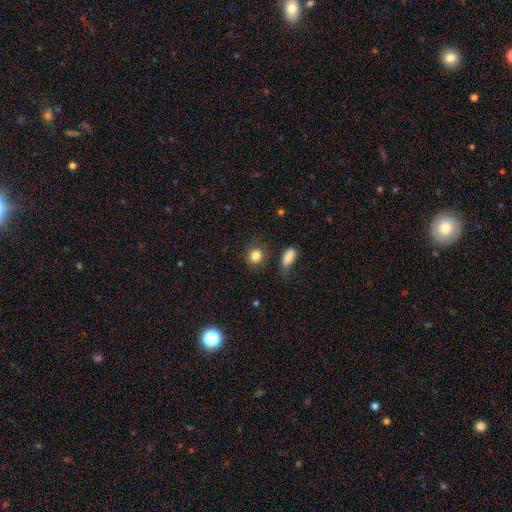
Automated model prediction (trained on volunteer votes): smooth 85%, star or artifact 9%, featured or disk 6%. Down the decision tree: how rounded — round (76%); merging — none (80%).